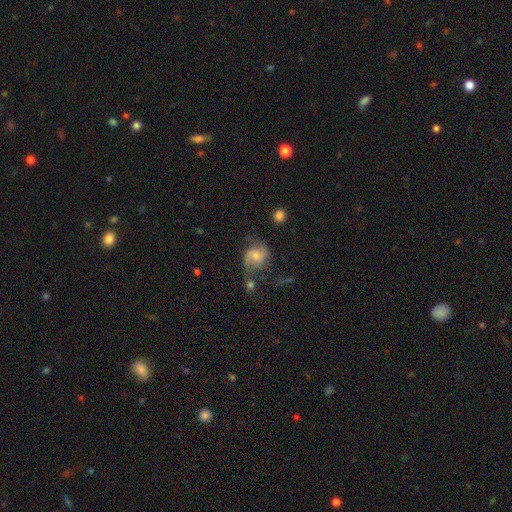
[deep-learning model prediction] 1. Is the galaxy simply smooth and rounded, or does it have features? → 58% featured or disk, 33% smooth, 9% star or artifact.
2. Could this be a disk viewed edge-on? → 98% no, 2% yes.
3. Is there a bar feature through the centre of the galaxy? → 58% no, 35% weak, 7% strong.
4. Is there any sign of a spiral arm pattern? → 88% yes, 12% no.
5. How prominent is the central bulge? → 43% moderate (tied), 43% small (tied), 7% none, 6% large, 2% dominant.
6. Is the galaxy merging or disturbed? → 49% none, 24% minor disturbance, 18% major disturbance, 9% merger.